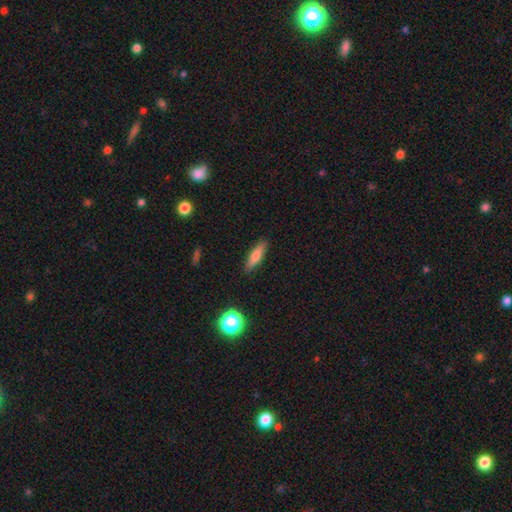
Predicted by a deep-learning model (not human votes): The model was most divided on "how rounded": cigar-shaped: 69%, in between: 28%, round: 3%. More confident: merging — none (88%); smooth or featured — smooth (68%).